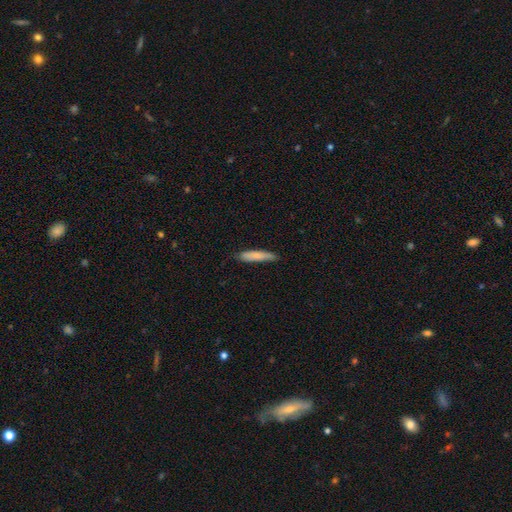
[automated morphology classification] This appears to be a smooth galaxy with no disk features (81%) that is cigar-shaped (87%). Merging: none (78%).